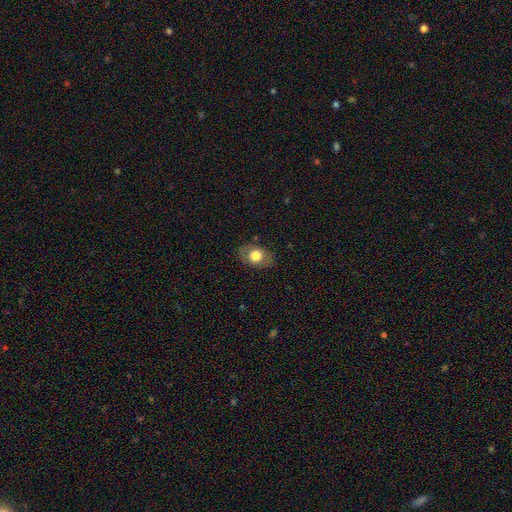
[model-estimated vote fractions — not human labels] Morphology: type=smooth (70%); roundness=in between (74%); merging=none (80%).